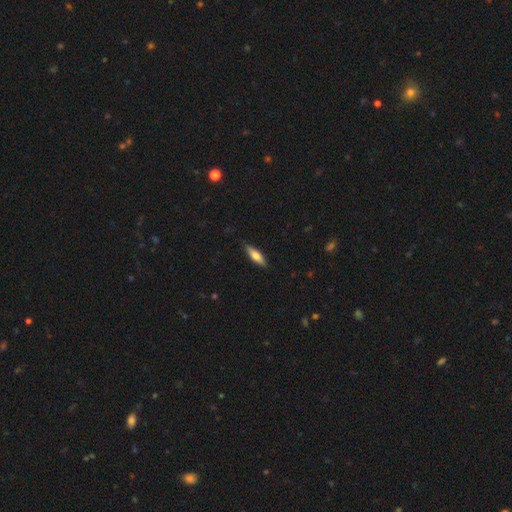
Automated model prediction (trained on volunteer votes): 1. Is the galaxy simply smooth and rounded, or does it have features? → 63% smooth, 31% featured or disk, 6% star or artifact.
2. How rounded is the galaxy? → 62% cigar-shaped, 36% in between, 2% round.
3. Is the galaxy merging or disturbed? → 86% none, 11% minor disturbance, 2% major disturbance, 1% merger.